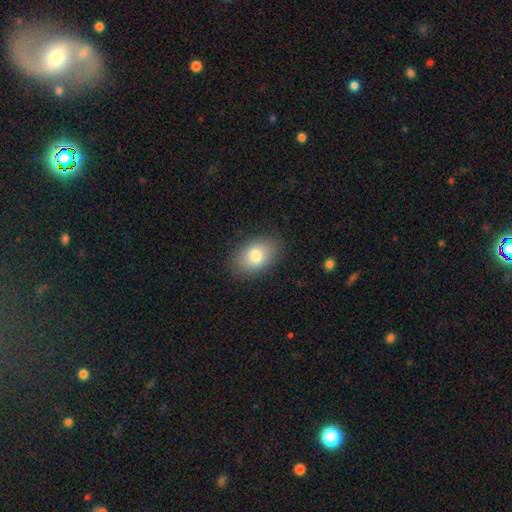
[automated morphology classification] smooth-or-featured: smooth: 80% | featured or disk: 12% | star or artifact: 8%
  how-rounded: in between: 85% | round: 13% | cigar-shaped: 1%
  merging: none: 86% | minor disturbance: 10% | major disturbance: 3% | merger: 1%